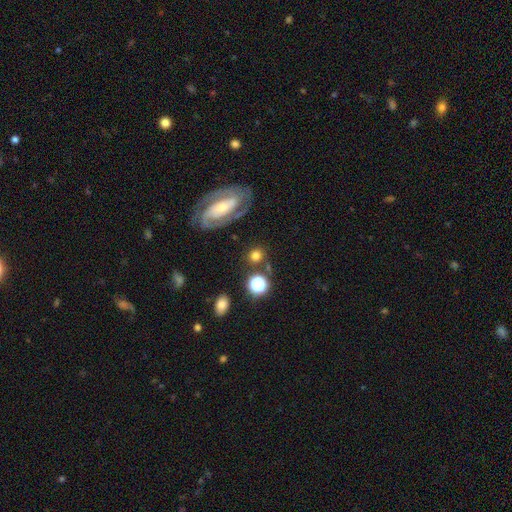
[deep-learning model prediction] Smooth or featured?
  - smooth: 69% *
  - featured or disk: 17%
  - star or artifact: 14%
How rounded?
  - round: 85% *
  - in between: 13%
  - cigar-shaped: 2%
Merging?
  - none: 78% *
  - minor disturbance: 10%
  - merger: 7%
  - major disturbance: 5%